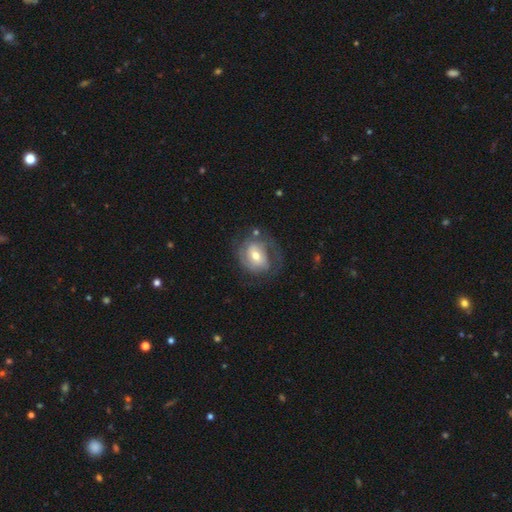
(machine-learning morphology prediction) Smooth or featured: featured or disk — 64% (smooth — 29%)
Edge-on disk: no — 97% (yes — 3%)
Bar: no — 44% (weak — 42%)
Spiral arms: yes — 77% (no — 23%)
Bulge size: moderate — 65% (small — 26%)
Merging: none — 53% (minor disturbance — 23%)